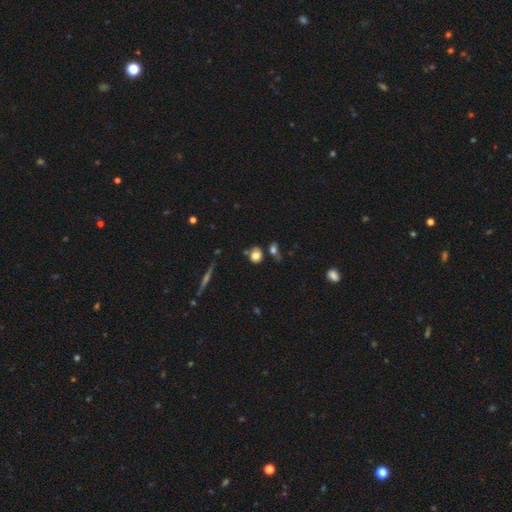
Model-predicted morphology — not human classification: type=smooth (75%); roundness=round (68%); merging=none (60%).